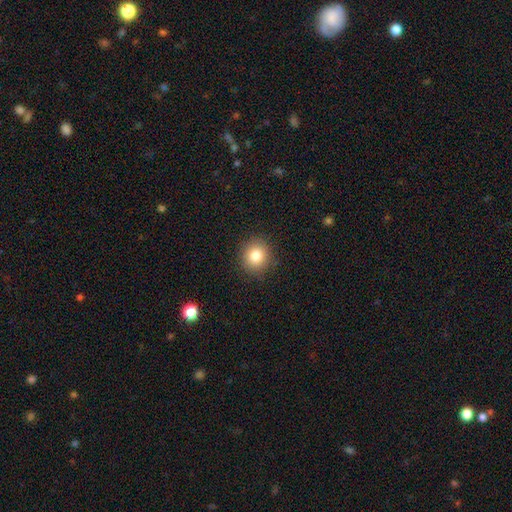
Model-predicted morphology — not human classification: smooth 83%, star or artifact 10%, featured or disk 7%. Down the decision tree: how rounded — round (85%); merging — none (90%).